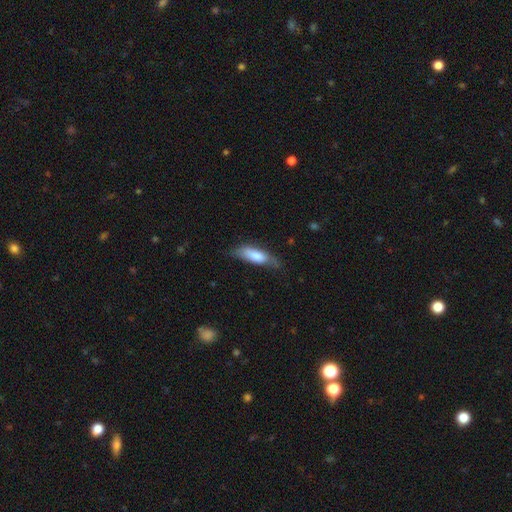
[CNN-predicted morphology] Q: Smooth or featured?
A: smooth (74%); runner-up: featured or disk (20%)
Q: How rounded?
A: in between (56%); runner-up: cigar-shaped (43%)
Q: Merging?
A: none (59%); runner-up: minor disturbance (31%)